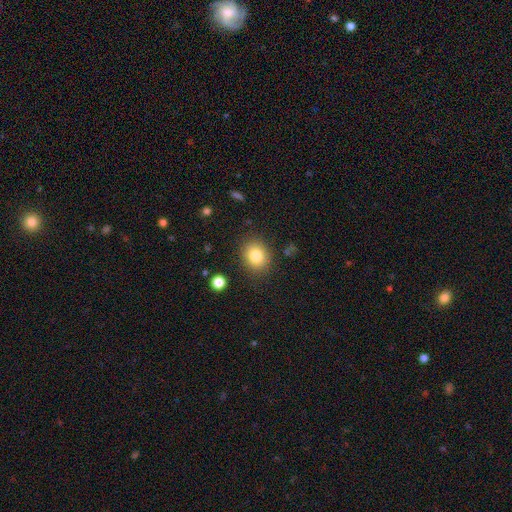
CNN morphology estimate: smooth-or-featured: smooth: 82% | star or artifact: 10% | featured or disk: 8%
  how-rounded: round: 61% | in between: 38% | cigar-shaped: 1%
  merging: none: 85% | minor disturbance: 10% | major disturbance: 3% | merger: 2%